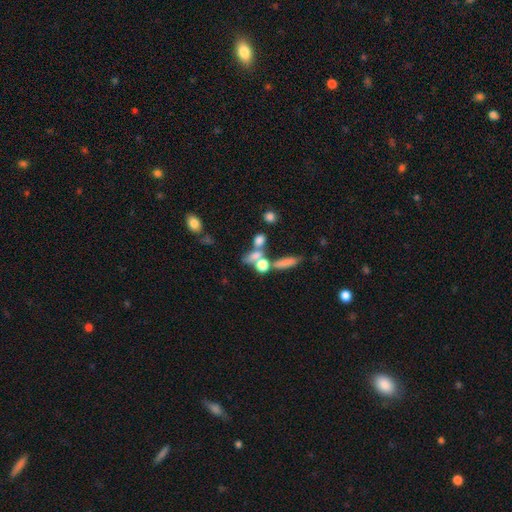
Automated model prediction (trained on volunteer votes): smooth_or_featured: smooth (p=0.64) [alt: featured or disk p=0.19]
how_rounded: in between (p=0.43) [alt: round p=0.36]
merging: merger (p=0.46) [alt: none p=0.35]